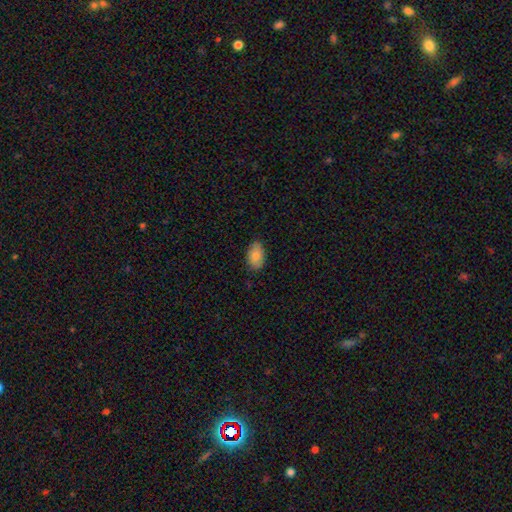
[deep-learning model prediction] This is clearly a smooth galaxy (84%). How rounded: clearly in between (91%). Merging: clearly none (83%).